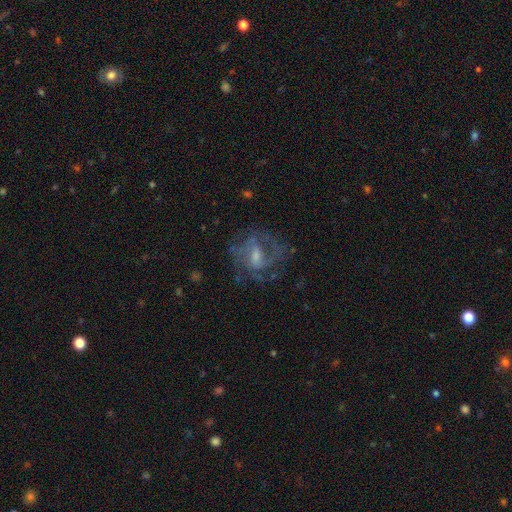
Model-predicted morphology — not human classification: A featured or disk galaxy (71%) with a weak bar (50%), 2 (36%) medium (47%) spiral arms (82%) and a moderate central bulge (42%).

Vote fractions:
- Smooth or featured? featured or disk: 71% / smooth: 15% / star or artifact: 14%
- Edge-on disk? no: 96% / yes: 4%
- Bar? weak: 50% / no: 30% / strong: 19%
- Spiral arms? yes: 82% / no: 18%
- Spiral winding? medium: 47% / tight: 33% / loose: 20%
- Spiral arm count? 2: 36% / can't tell: 34% / 3: 15% / 1: 6% / 4: 5% / more than 4: 3%
- Bulge size? moderate: 42% / small: 38% / none: 13% / large: 6% / dominant: 1%
- Merging? none: 65% / minor disturbance: 17% / major disturbance: 16% / merger: 2%